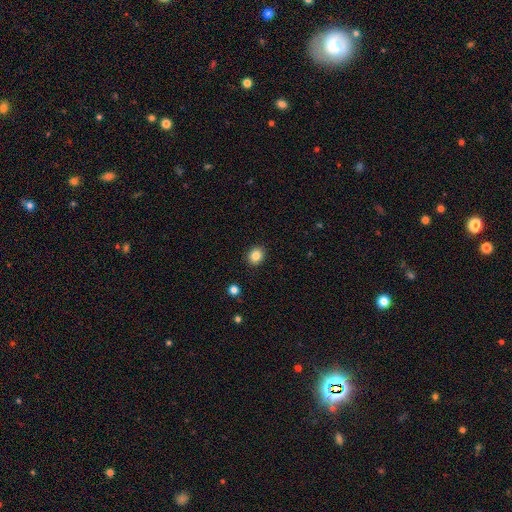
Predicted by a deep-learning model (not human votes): A smooth galaxy with no disk features (85%) that is round (72%).

Vote fractions:
- Smooth or featured? smooth: 85% / star or artifact: 10% / featured or disk: 5%
- How rounded? round: 72% / in between: 27% / cigar-shaped: 1%
- Merging? none: 91% / minor disturbance: 6% / major disturbance: 2% / merger: 1%